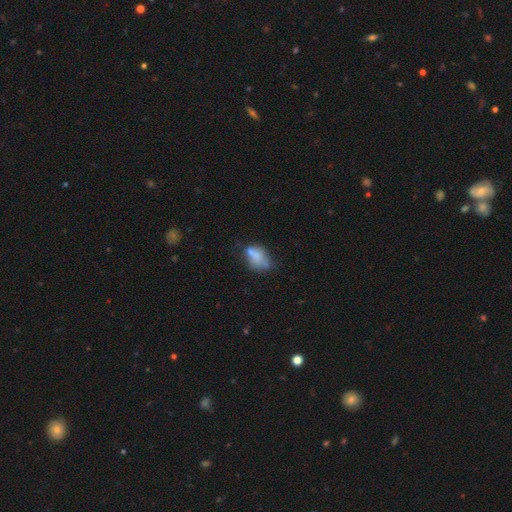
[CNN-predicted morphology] Overall: smooth (62%; featured or disk 27%). How rounded: in between (80%). Merging: none (32%; minor disturbance 26%).